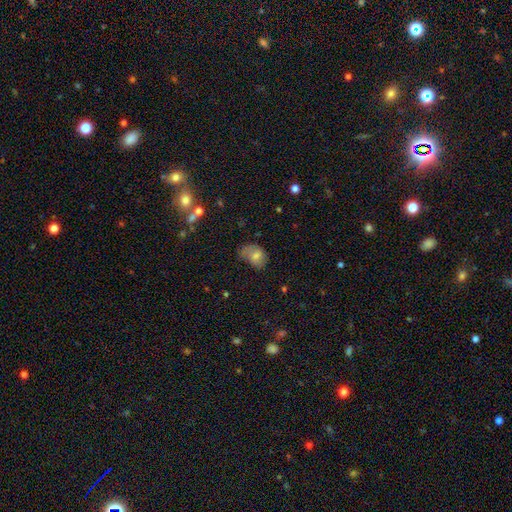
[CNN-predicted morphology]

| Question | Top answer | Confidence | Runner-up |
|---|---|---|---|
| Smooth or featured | smooth | 64% | featured or disk (22%) |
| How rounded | in between | 72% | round (27%) |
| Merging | minor disturbance | 38% | none (37%) |